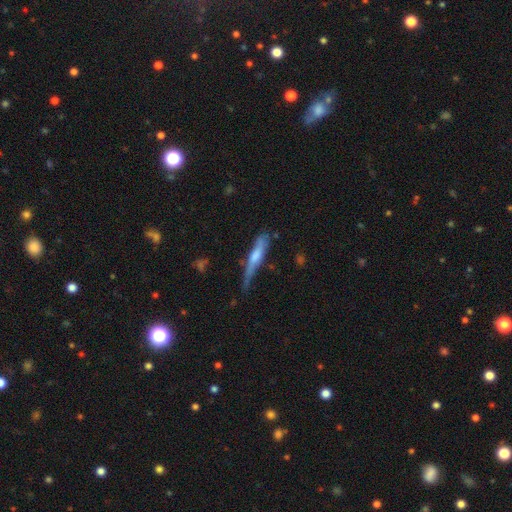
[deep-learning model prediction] This is possibly a smooth galaxy (50%). How rounded: clearly cigar-shaped (87%). Merging: possibly none (45%).